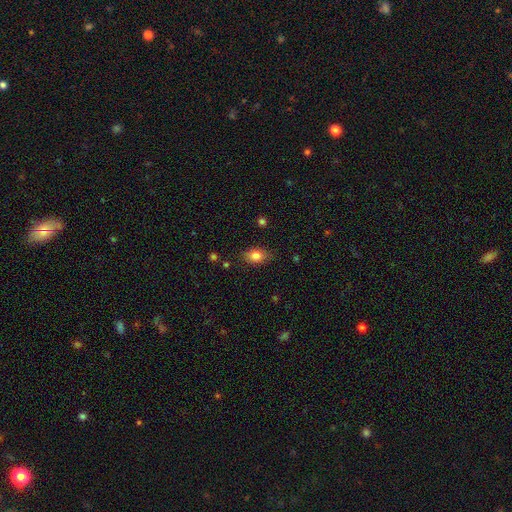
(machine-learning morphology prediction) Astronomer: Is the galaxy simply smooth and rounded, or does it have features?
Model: smooth — 81%.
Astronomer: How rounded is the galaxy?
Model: in between — 77%.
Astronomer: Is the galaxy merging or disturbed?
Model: none — 81%.